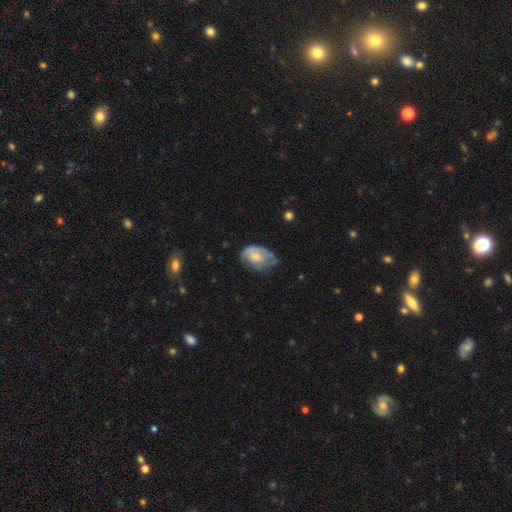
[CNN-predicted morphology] type=featured or disk (47%); merging=none (42%).